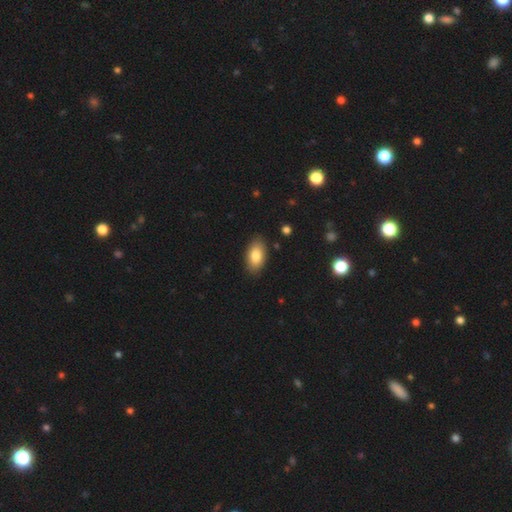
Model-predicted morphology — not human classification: smooth-or-featured: smooth: 83% | featured or disk: 10% | star or artifact: 6%
  how-rounded: in between: 94% | round: 4% | cigar-shaped: 3%
  merging: none: 86% | minor disturbance: 10% | major disturbance: 2% | merger: 1%